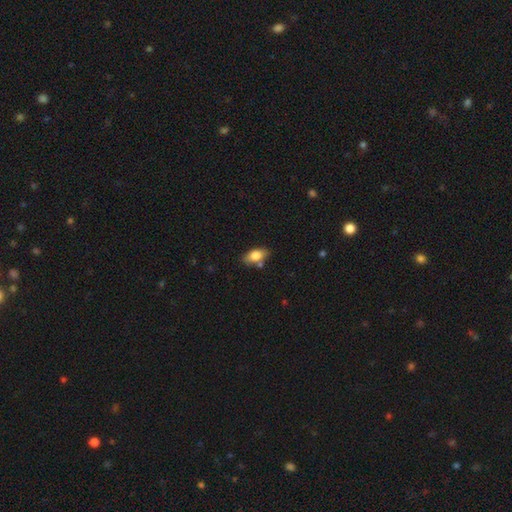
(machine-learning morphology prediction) Smooth or featured? Predicted: smooth (p=0.78). How rounded? Predicted: in between (p=0.89). Merging? Predicted: none (p=0.72).